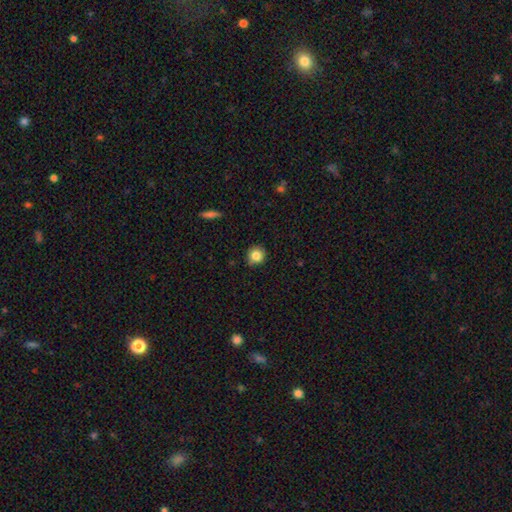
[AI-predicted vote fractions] smooth 83%, star or artifact 10%, featured or disk 7%. Down the decision tree: how rounded — round (92%); merging — none (86%).